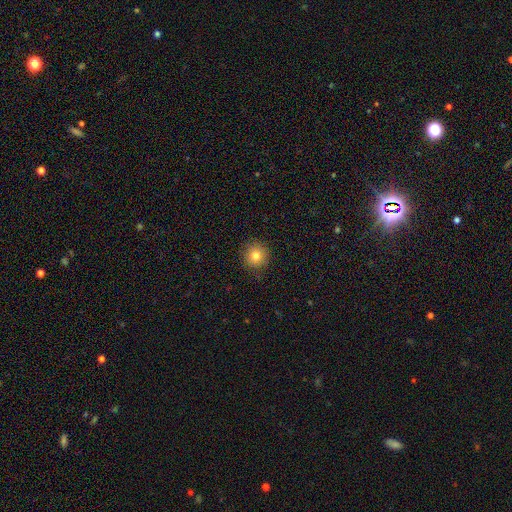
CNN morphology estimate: smooth-or-featured: smooth: 80% | star or artifact: 12% | featured or disk: 8%
  how-rounded: round: 94% | in between: 5% | cigar-shaped: 1%
  merging: none: 90% | minor disturbance: 7% | major disturbance: 2% | merger: 1%